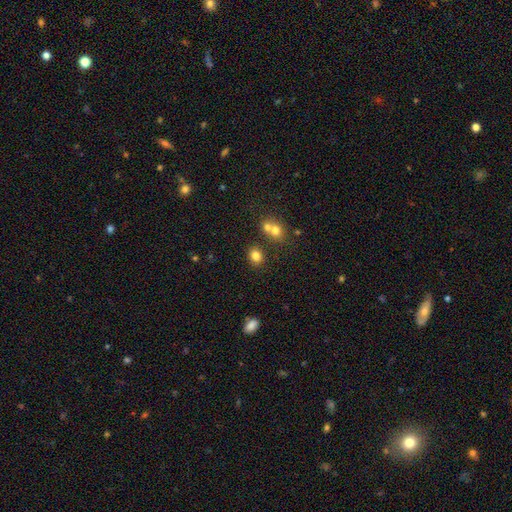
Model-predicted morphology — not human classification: This appears to be a smooth galaxy with no disk features (80%) that is round (56%). Merging: none (75%).